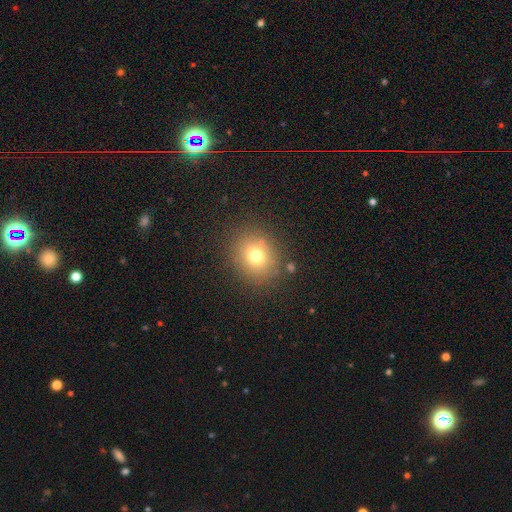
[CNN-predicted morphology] This is likely a smooth galaxy (72%). How rounded: likely round (77%). Merging: clearly none (82%).